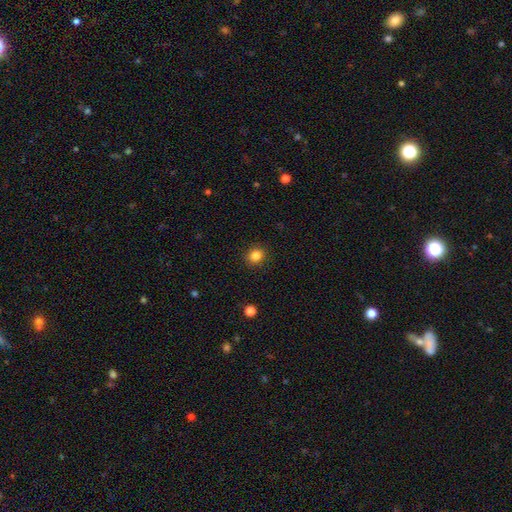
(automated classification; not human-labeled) Smooth or featured? Predicted: smooth (p=0.85). How rounded? Predicted: round (p=0.83). Merging? Predicted: none (p=0.91).